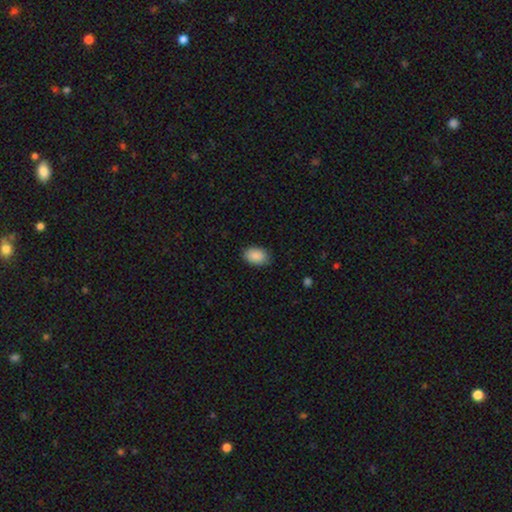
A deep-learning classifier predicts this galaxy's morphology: smooth_or_featured: smooth (p=0.90) [alt: star or artifact p=0.07]
how_rounded: in between (p=0.88) [alt: round p=0.11]
merging: none (p=0.86) [alt: minor disturbance p=0.11]